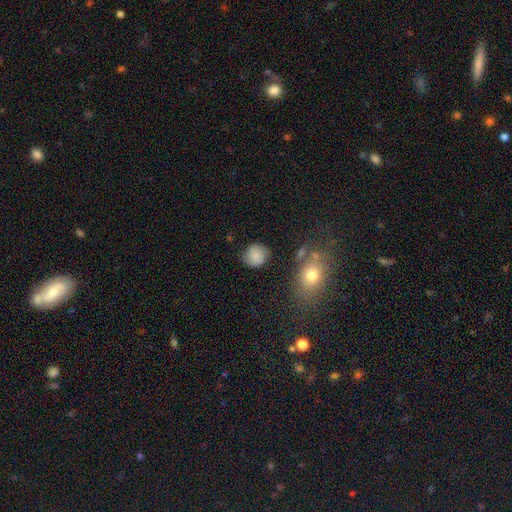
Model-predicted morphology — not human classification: type=smooth (82%); roundness=round (83%); merging=none (81%).